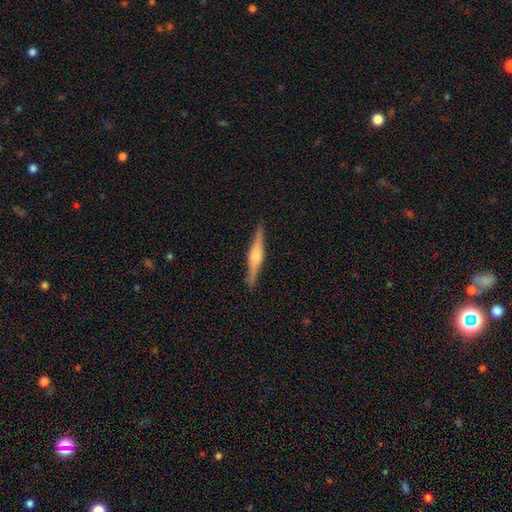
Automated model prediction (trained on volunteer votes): This appears to be a featured or disk galaxy (73%) viewed edge-on (98%) with a rounded central bulge (75%). Merging: none (90%).